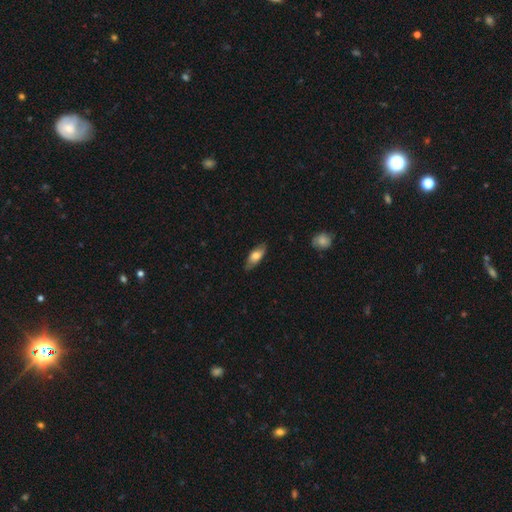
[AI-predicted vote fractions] A smooth galaxy with no disk features (70%) that is in between round and cigar-shaped (79%). Merging: none (79%).